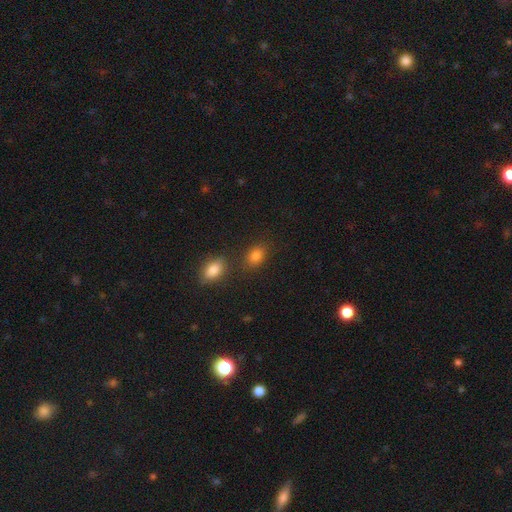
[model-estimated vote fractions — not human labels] A smooth galaxy with no disk features (83%) that is in between round and cigar-shaped (72%). Merging: none (73%).